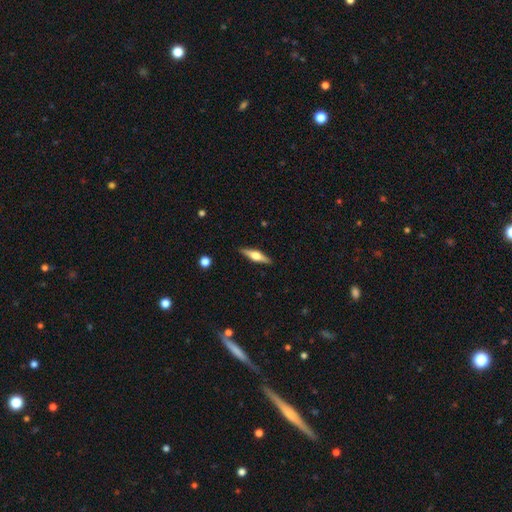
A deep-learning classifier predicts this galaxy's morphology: featured or disk 65%, smooth 29%, star or artifact 6%. Down the decision tree: edge-on disk — yes (97%); edge-on bulge — rounded (92%); merging — none (89%).